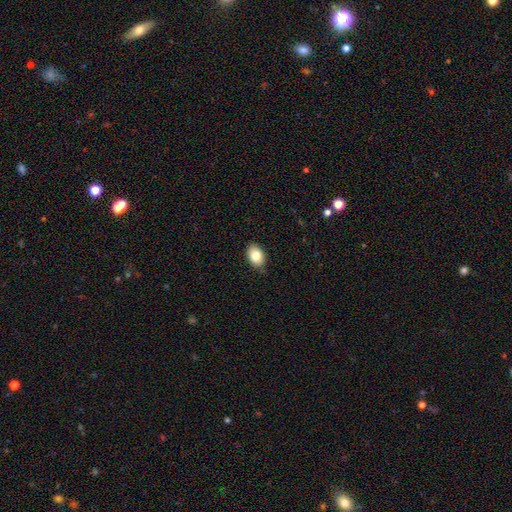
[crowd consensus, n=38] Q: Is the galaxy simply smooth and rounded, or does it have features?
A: smooth — 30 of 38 (79%).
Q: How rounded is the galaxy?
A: in between — 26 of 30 (87%).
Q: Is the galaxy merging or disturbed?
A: none — 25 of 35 (71%).